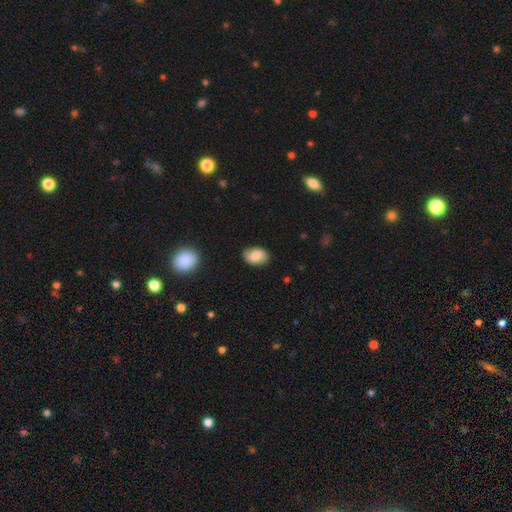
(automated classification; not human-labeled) smooth-or-featured: smooth: 77% | featured or disk: 15% | star or artifact: 8%
  how-rounded: in between: 81% | round: 18% | cigar-shaped: 1%
  merging: none: 83% | minor disturbance: 13% | major disturbance: 3% | merger: 1%